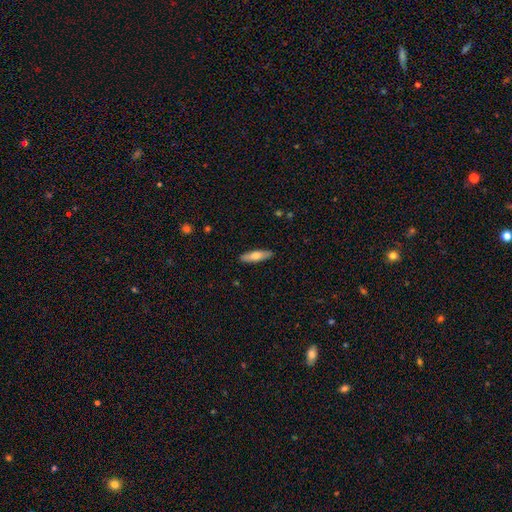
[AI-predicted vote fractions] Morphology: type=smooth (65%); roundness=cigar-shaped (61%); merging=none (89%).